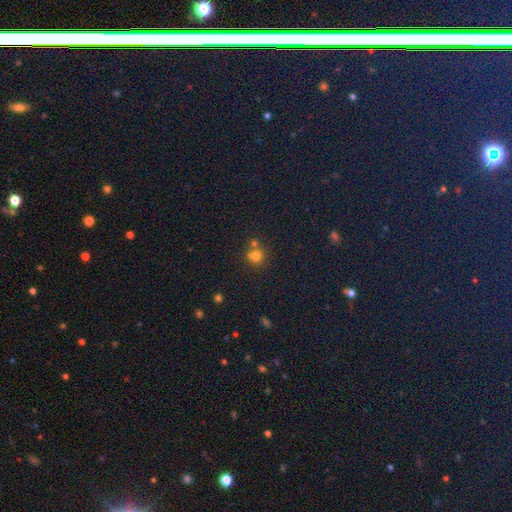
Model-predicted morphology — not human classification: A smooth galaxy with no disk features (74%) that is round (88%). Merging: none (56%).